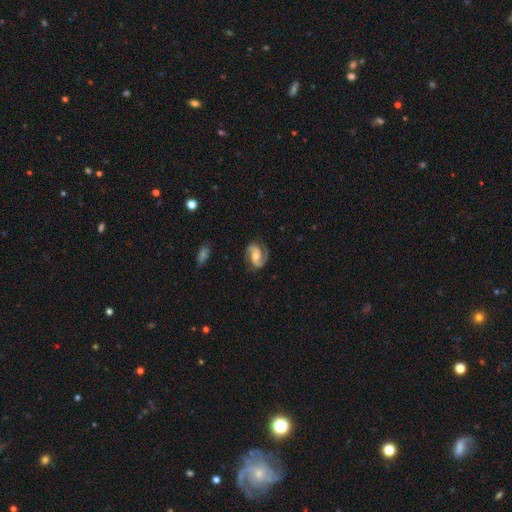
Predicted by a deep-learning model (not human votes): featured or disk 87%, smooth 8%, star or artifact 5%. Down the decision tree: edge-on disk — no (98%); bar — no (48%); spiral arms — yes (98%); spiral arm count — 2 (90%); spiral winding — medium (54%); bulge size — moderate (60%); merging — none (78%).